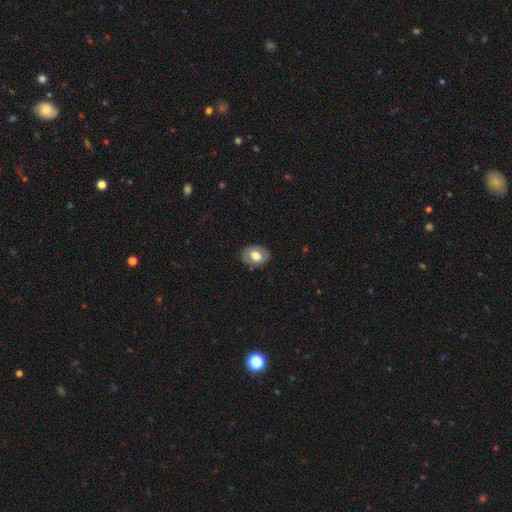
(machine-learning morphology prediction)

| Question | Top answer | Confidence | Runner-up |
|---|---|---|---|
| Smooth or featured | smooth | 58% | featured or disk (36%) |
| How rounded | in between | 73% | round (26%) |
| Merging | none | 81% | minor disturbance (14%) |